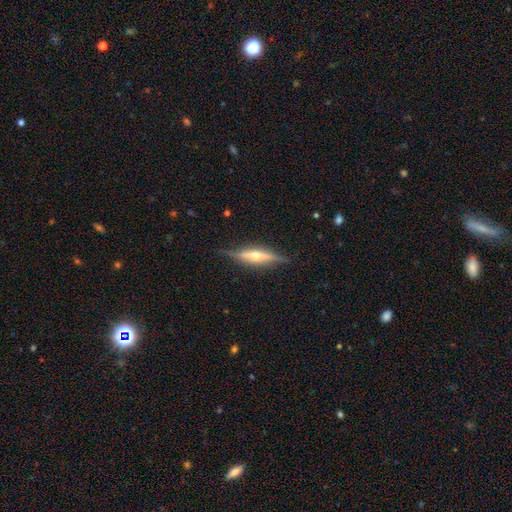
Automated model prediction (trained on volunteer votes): This is likely a featured or disk galaxy (77%). It is clearly viewed edge-on (96%). Edge-on bulge: clearly rounded (86%). Merging: clearly none (85%).